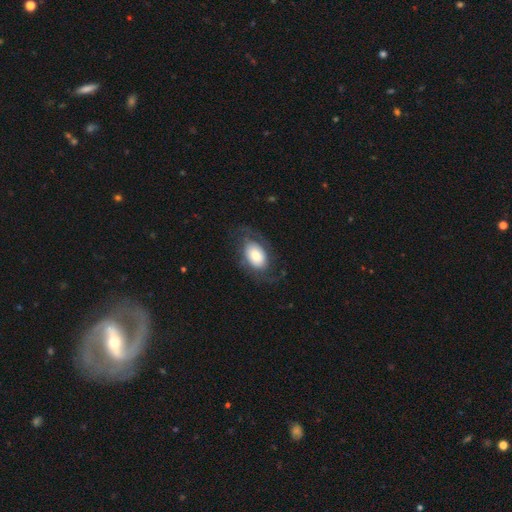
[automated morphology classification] A smooth galaxy with no disk features (50%). Merging: none (61%).